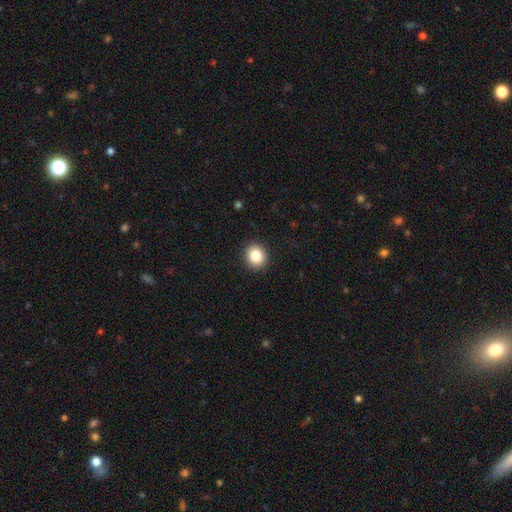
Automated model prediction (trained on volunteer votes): This is clearly a smooth galaxy (84%). How rounded: likely round (75%). Merging: clearly none (91%).